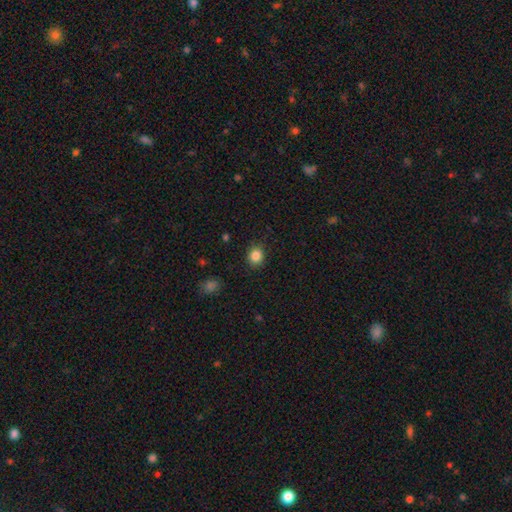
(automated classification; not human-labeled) Smooth or featured? smooth (85%)
How rounded? round (74%)
Merging? none (87%)